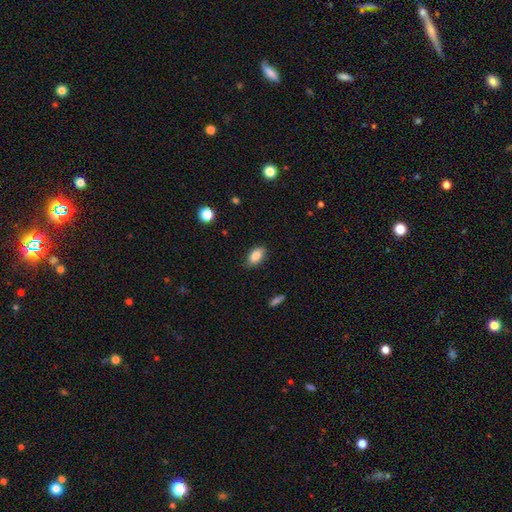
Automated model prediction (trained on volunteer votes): smooth-or-featured: smooth: 84% | featured or disk: 8% | star or artifact: 8%
  how-rounded: in between: 89% | round: 6% | cigar-shaped: 4%
  merging: none: 84% | minor disturbance: 12% | major disturbance: 2% | merger: 1%